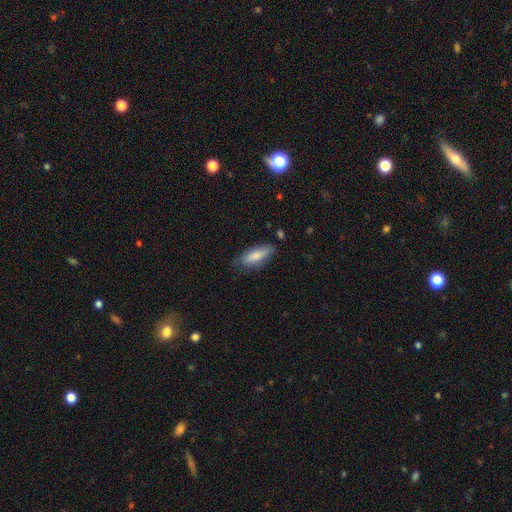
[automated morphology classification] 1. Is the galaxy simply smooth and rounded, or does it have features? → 80% smooth, 14% featured or disk, 6% star or artifact.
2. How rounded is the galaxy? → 67% in between, 31% cigar-shaped, 2% round.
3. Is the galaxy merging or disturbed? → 71% none, 22% minor disturbance, 5% major disturbance, 2% merger.